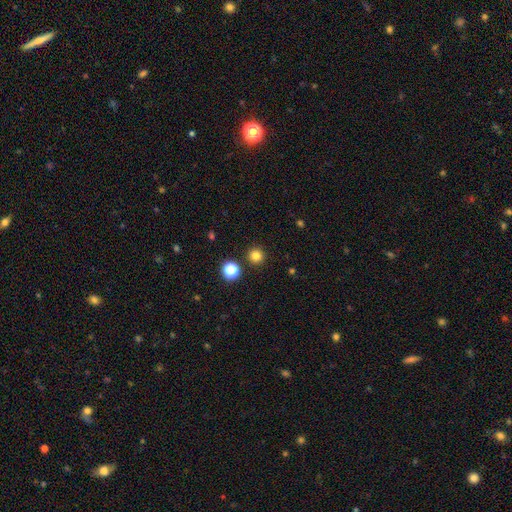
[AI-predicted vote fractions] Smooth or featured? smooth (81%)
How rounded? round (96%)
Merging? none (91%)